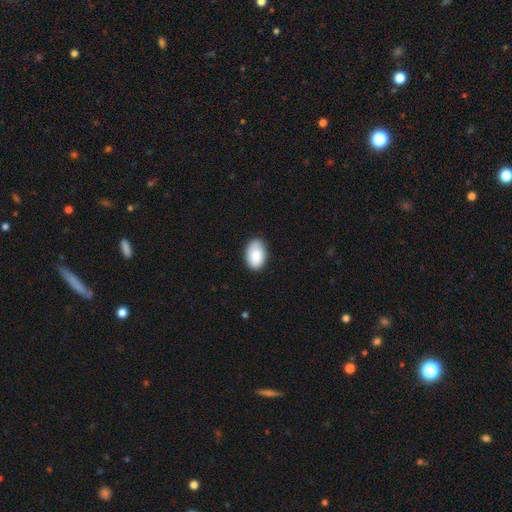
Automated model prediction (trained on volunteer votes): Smooth or featured?
  - smooth: 86% *
  - featured or disk: 7%
  - star or artifact: 6%
How rounded?
  - in between: 91% *
  - round: 8%
  - cigar-shaped: 1%
Merging?
  - none: 78% *
  - minor disturbance: 18%
  - major disturbance: 3%
  - merger: 1%